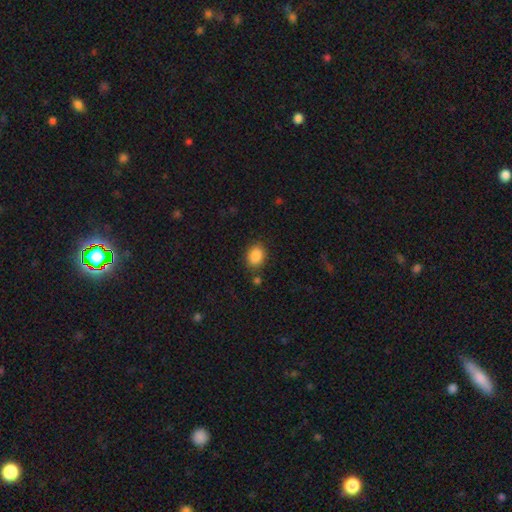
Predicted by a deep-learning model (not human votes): This appears to be a smooth galaxy with no disk features (87%) that is in between round and cigar-shaped (55%). Merging: none (83%).